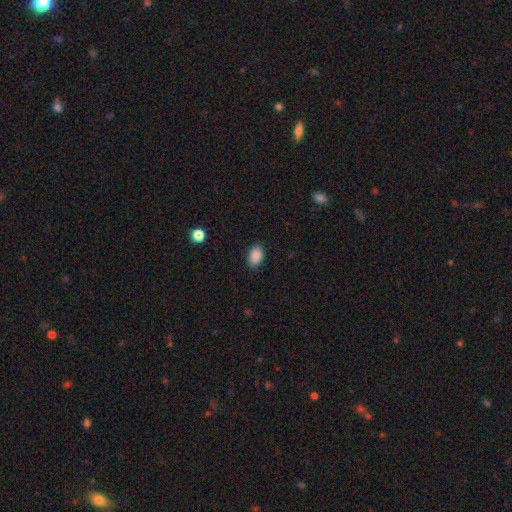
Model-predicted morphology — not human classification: A smooth galaxy with no disk features (88%) that is in between round and cigar-shaped (86%).

Vote fractions:
- Smooth or featured? smooth: 88% / star or artifact: 8% / featured or disk: 3%
- How rounded? in between: 86% / round: 13% / cigar-shaped: 1%
- Merging? none: 86% / minor disturbance: 11% / major disturbance: 2% / merger: 1%